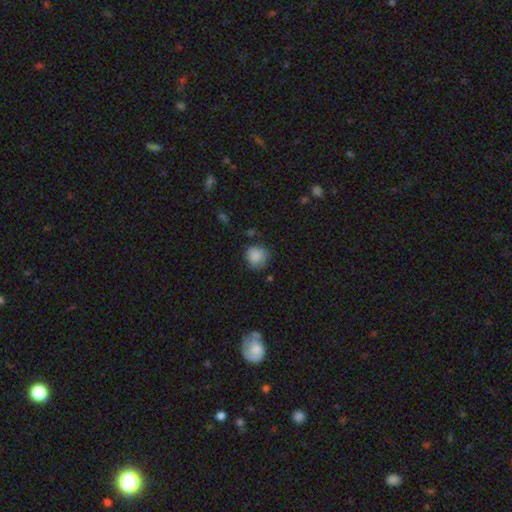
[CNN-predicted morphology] This appears to be a smooth galaxy with no disk features (86%) that is round (86%). Merging: none (69%).